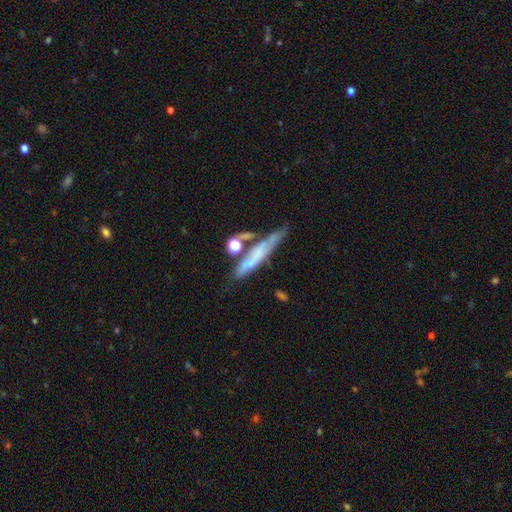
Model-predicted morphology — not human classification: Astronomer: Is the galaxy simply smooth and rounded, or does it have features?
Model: featured or disk — 45% (runner-up: smooth, 44%).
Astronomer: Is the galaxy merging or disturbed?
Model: none — 43% (runner-up: minor disturbance, 22%).